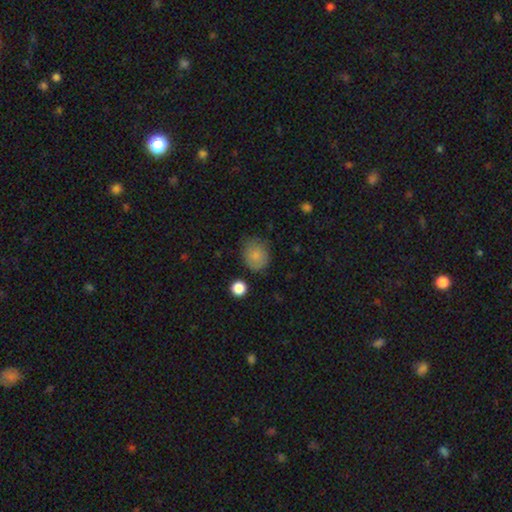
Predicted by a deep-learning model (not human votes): smooth_or_featured: smooth (p=0.82) [alt: featured or disk p=0.09]
how_rounded: round (p=0.65) [alt: in between p=0.34]
merging: none (p=0.69) [alt: minor disturbance p=0.22]